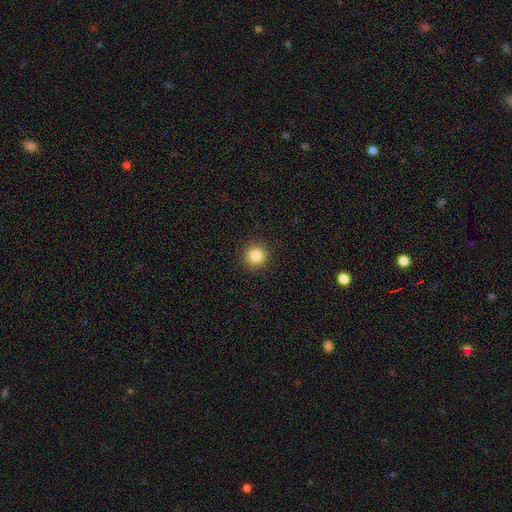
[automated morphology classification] The model was most divided on "smooth or featured": smooth: 86%, star or artifact: 10%, featured or disk: 4%. More confident: how rounded — round (95%); merging — none (92%).